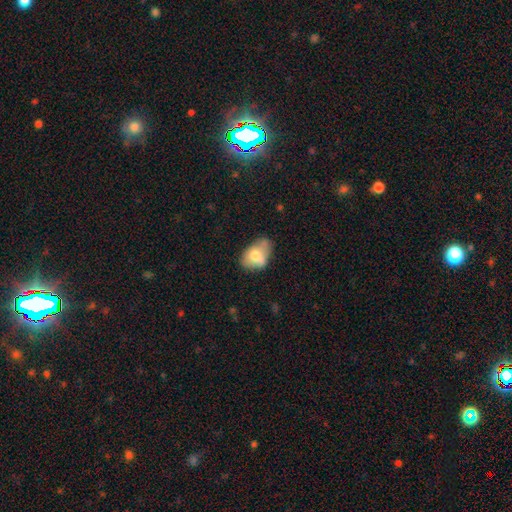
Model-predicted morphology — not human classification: smooth-or-featured: smooth: 67% | featured or disk: 25% | star or artifact: 8%
  how-rounded: in between: 85% | round: 14% | cigar-shaped: 2%
  merging: none: 36% | minor disturbance: 35% | major disturbance: 16% | merger: 13%